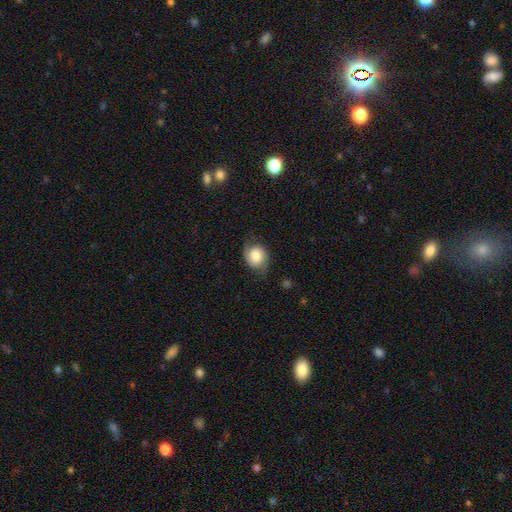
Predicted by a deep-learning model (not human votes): smooth_or_featured: smooth (p=0.57) [alt: featured or disk p=0.35]
how_rounded: round (p=0.54) [alt: in between p=0.45]
merging: none (p=0.65) [alt: minor disturbance p=0.25]